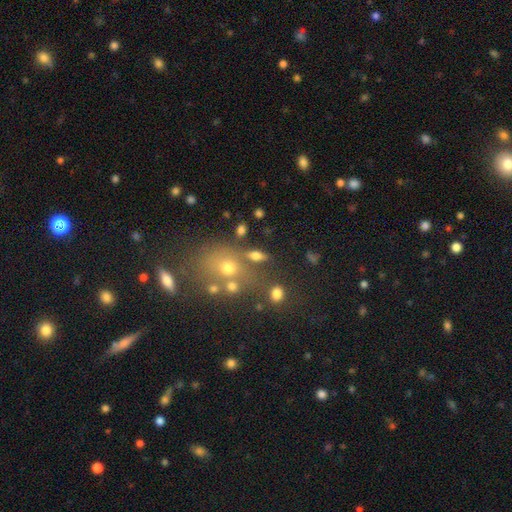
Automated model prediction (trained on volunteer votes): smooth_or_featured: smooth (p=0.63) [alt: featured or disk p=0.24]
how_rounded: in between (p=0.68) [alt: round p=0.18]
merging: none (p=0.62) [alt: merger p=0.17]